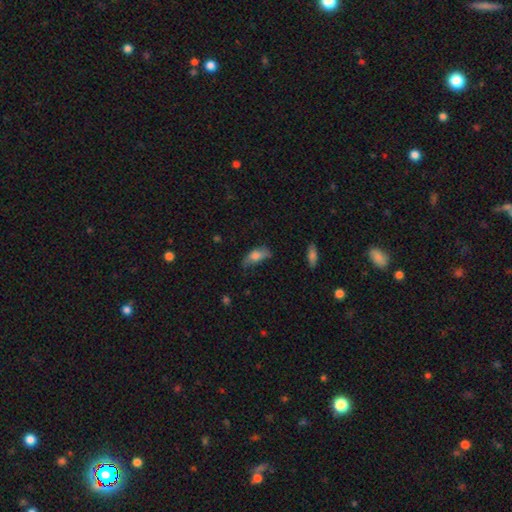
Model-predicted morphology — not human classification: Smooth or featured? smooth (70%)
How rounded? in between (81%)
Merging? none (48%)